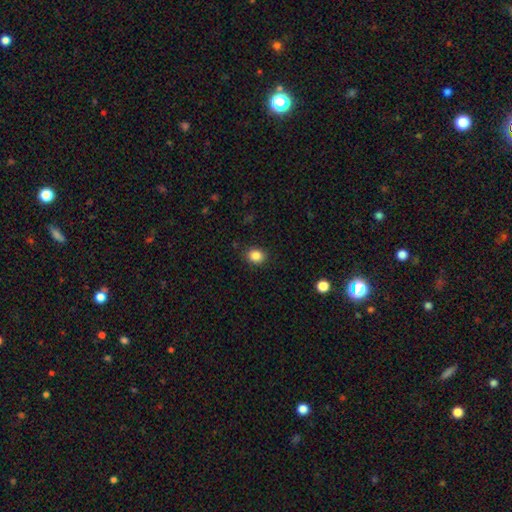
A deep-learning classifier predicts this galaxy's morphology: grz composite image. It shows a smooth galaxy with no disk features (85%) that is round (60%). Merging: none (88%).